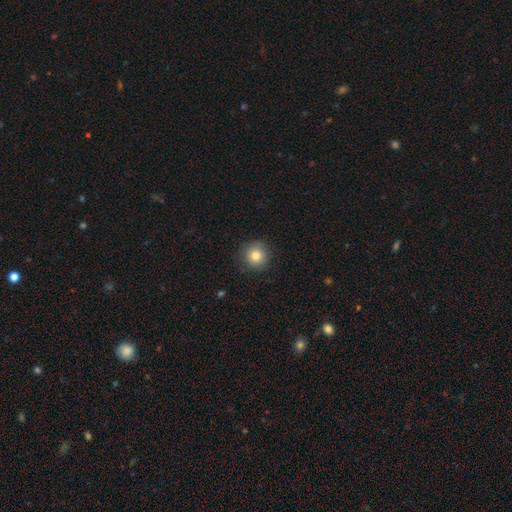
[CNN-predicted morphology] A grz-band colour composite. It shows a smooth galaxy with no disk features (80%) that is round (93%). Merging: none (86%).